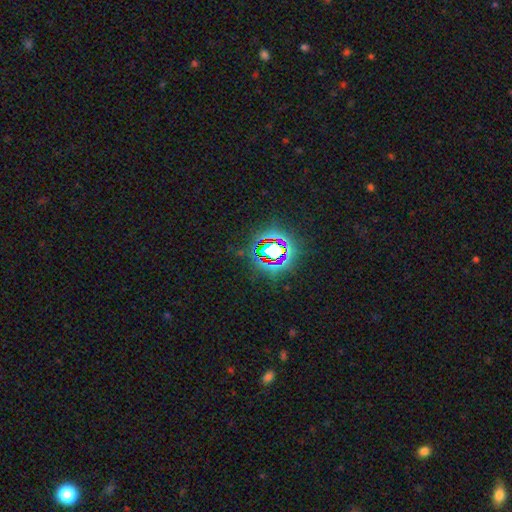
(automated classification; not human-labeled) Overall: star or artifact (80%).